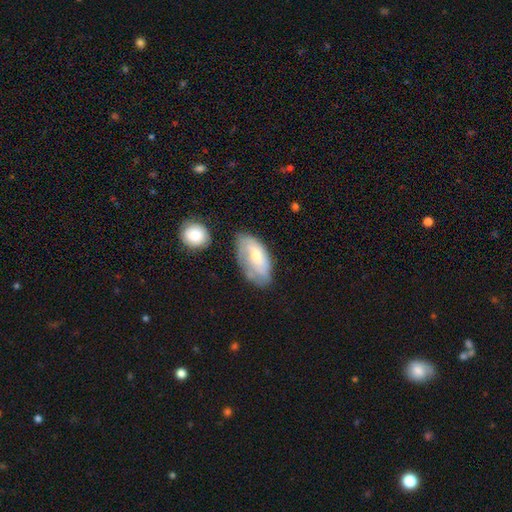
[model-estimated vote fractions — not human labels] A featured or disk galaxy (52%). Merging: none (58%).